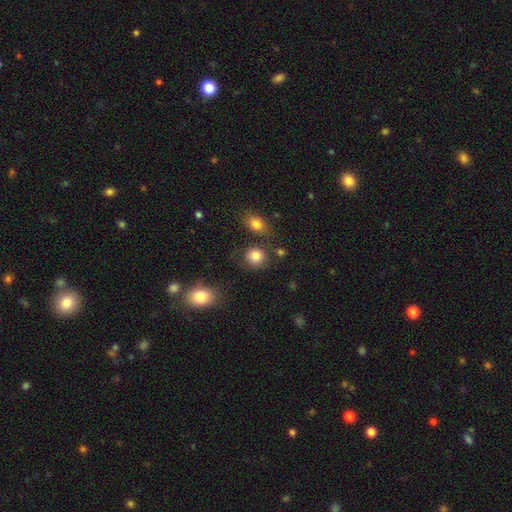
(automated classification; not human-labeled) This appears to be a smooth galaxy with no disk features (85%) that is round (84%). Merging: none (77%).